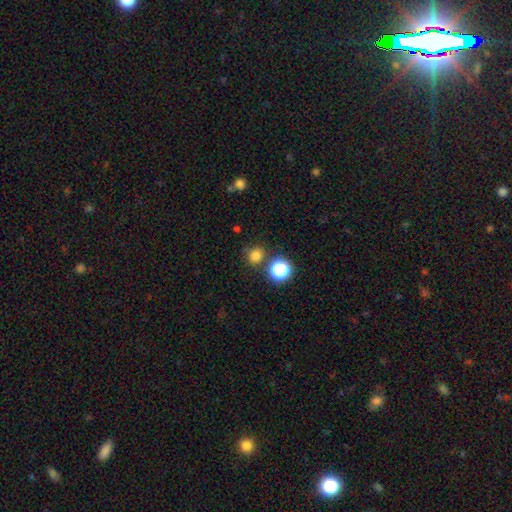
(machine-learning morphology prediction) Smooth or featured? smooth (76%)
How rounded? round (88%)
Merging? none (79%)